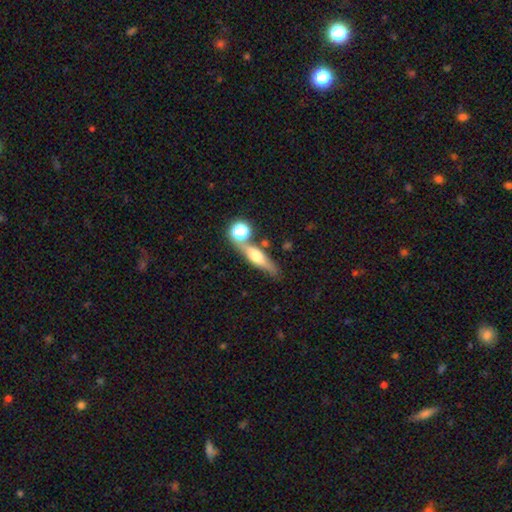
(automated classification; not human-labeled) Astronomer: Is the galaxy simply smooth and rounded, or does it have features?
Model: featured or disk — 52% (runner-up: smooth, 38%).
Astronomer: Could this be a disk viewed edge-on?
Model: yes — 89%.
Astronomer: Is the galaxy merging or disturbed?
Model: none — 69%.